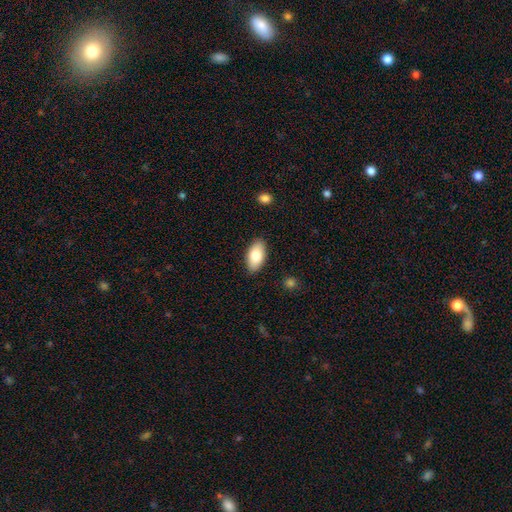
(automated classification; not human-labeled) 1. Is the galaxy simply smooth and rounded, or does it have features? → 82% smooth, 12% featured or disk, 6% star or artifact.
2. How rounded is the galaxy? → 94% in between, 3% cigar-shaped, 3% round.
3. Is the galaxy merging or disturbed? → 87% none, 10% minor disturbance, 2% major disturbance, 1% merger.